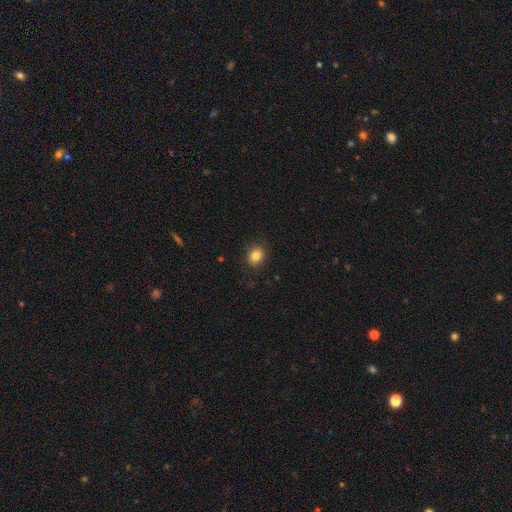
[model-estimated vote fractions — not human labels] Overall: smooth (84%). How rounded: round (69%; in between 30%). Merging: none (89%).